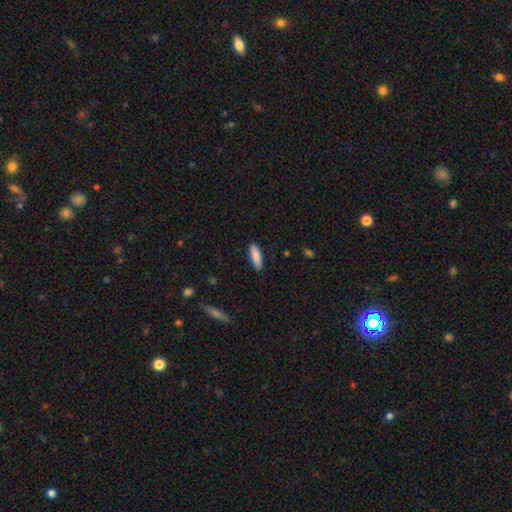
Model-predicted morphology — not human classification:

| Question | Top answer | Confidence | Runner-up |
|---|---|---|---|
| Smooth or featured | smooth | 85% | featured or disk (9%) |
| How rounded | in between | 52% | cigar-shaped (46%) |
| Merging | none | 87% | minor disturbance (10%) |